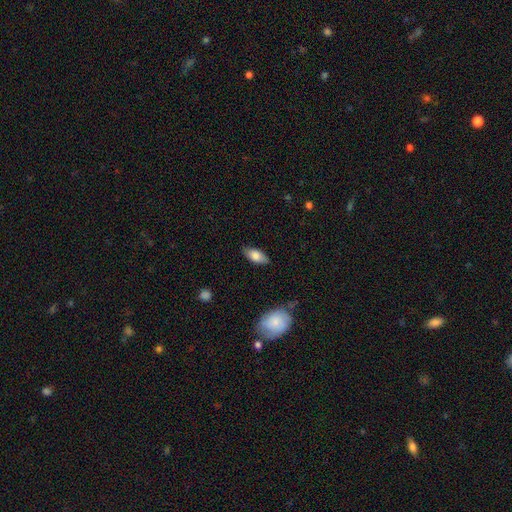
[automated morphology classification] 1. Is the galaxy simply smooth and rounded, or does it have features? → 78% smooth, 16% featured or disk, 7% star or artifact.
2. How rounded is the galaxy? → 85% in between, 12% cigar-shaped, 3% round.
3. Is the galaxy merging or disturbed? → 81% none, 15% minor disturbance, 3% major disturbance, 1% merger.